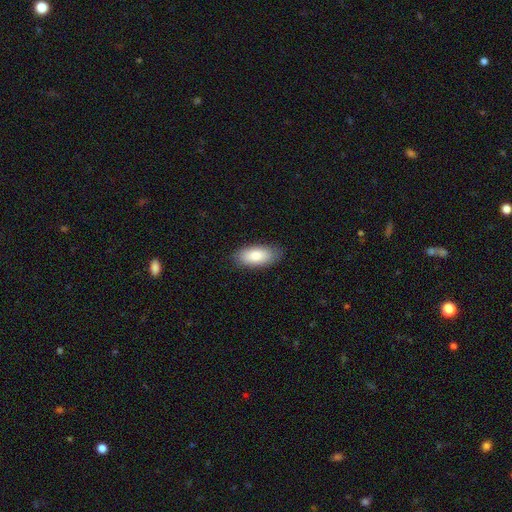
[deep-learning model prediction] Smooth or featured? smooth (84%)
How rounded? in between (90%)
Merging? none (84%)